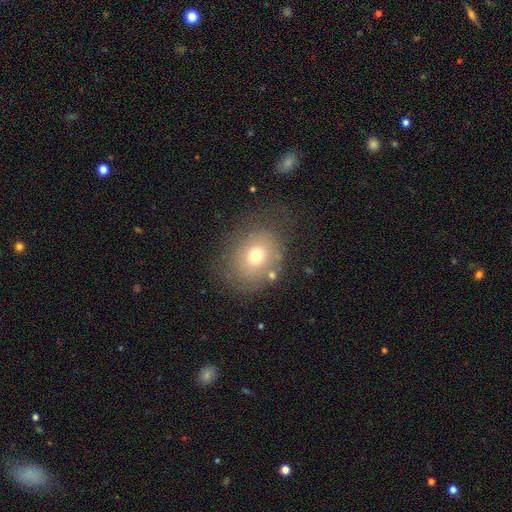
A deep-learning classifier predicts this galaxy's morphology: type=smooth (65%); roundness=round (59%); merging=none (63%).